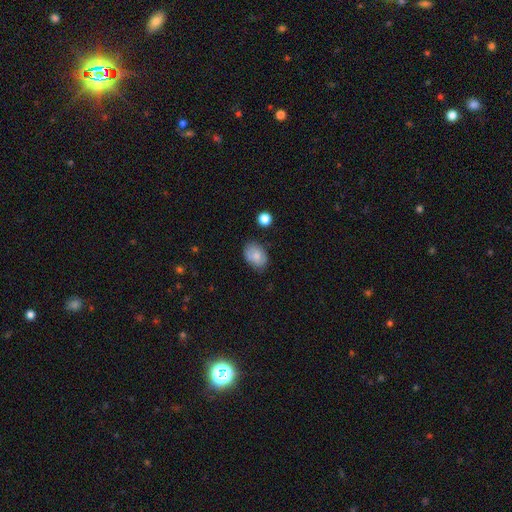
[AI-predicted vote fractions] Smooth or featured: smooth — 74% (featured or disk — 18%)
How rounded: in between — 78% (round — 21%)
Merging: none — 75% (minor disturbance — 19%)